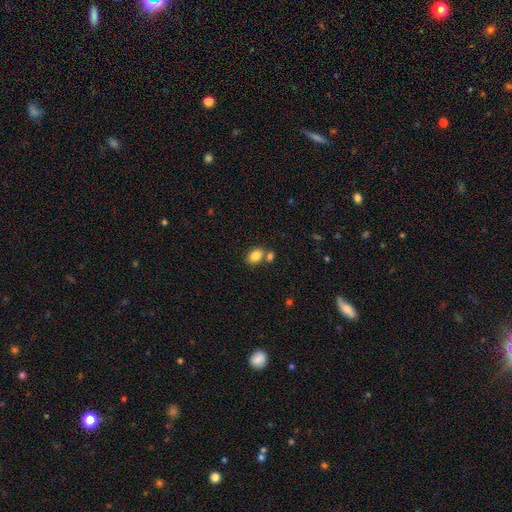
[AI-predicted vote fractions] Overall: smooth (84%). How rounded: in between (74%). Merging: none (60%; merger 26%).